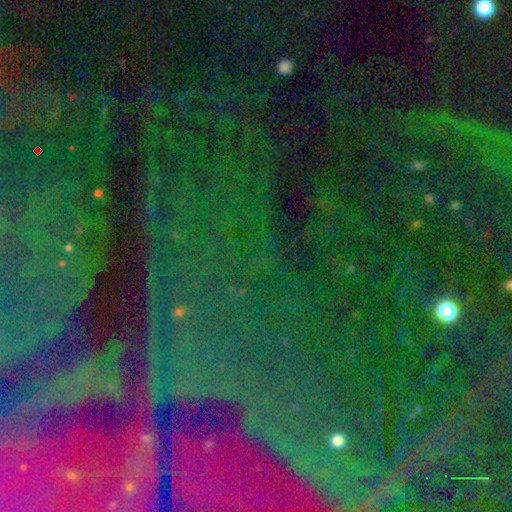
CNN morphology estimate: Smooth or featured? Predicted: star or artifact (p=0.80).